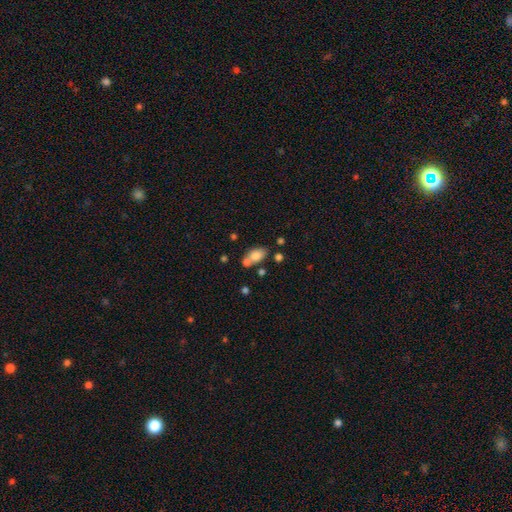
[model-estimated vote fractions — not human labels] This appears to be a smooth galaxy with no disk features (80%) that is in between round and cigar-shaped (86%). Merging: none (54%).